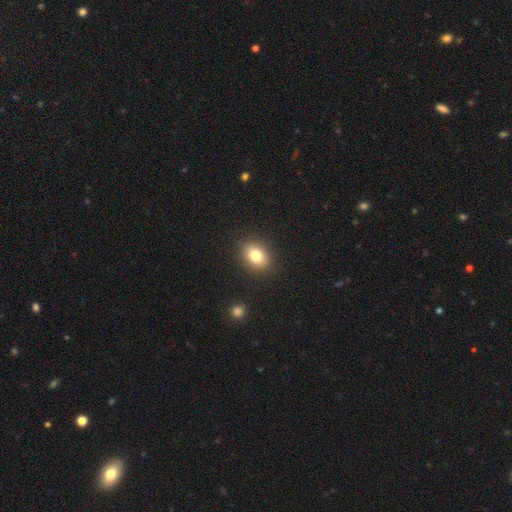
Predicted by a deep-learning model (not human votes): This appears to be a smooth galaxy with no disk features (80%) that is in between round and cigar-shaped (59%). Merging: none (89%).